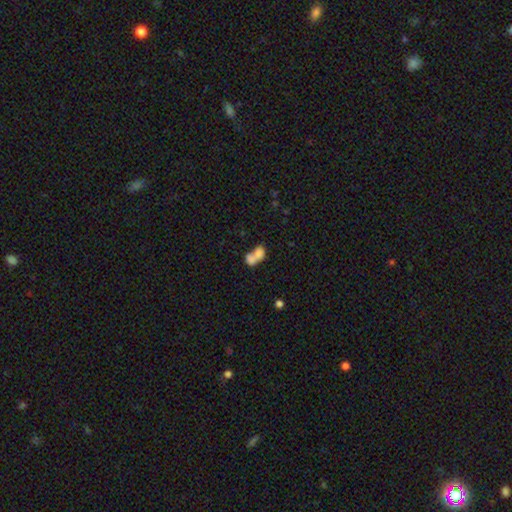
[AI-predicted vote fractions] Smooth or featured? smooth (74%)
How rounded? in between (70%)
Merging? merger (76%)